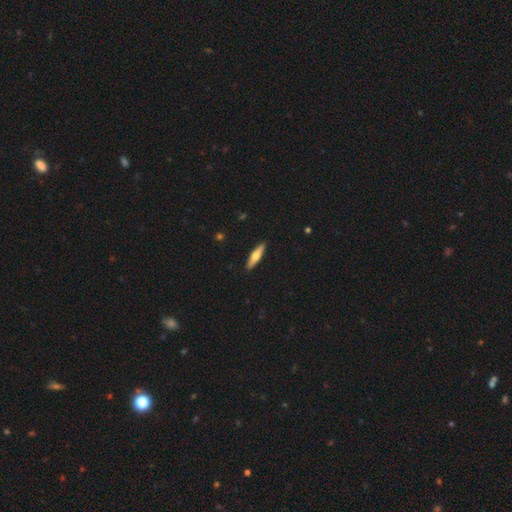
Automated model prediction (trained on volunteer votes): The model was most divided on "smooth or featured": smooth: 55%, featured or disk: 40%, star or artifact: 5%. More confident: merging — none (91%); how rounded — cigar-shaped (78%).